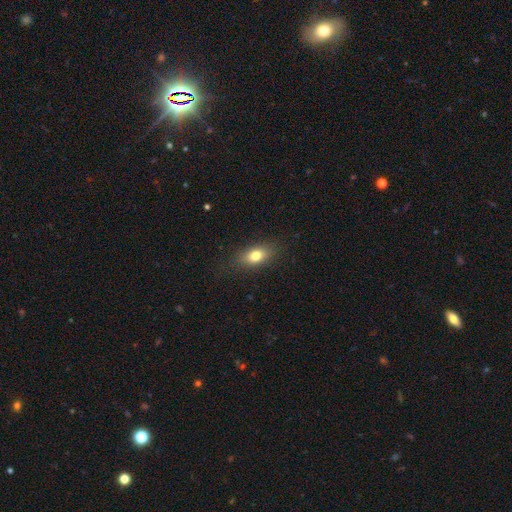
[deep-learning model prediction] Overall: smooth (76%). How rounded: in between (80%). Merging: none (84%).